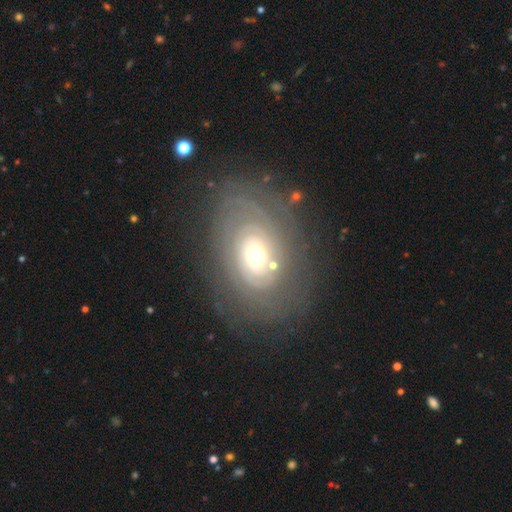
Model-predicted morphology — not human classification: featured or disk 77%, smooth 16%, star or artifact 7%. Down the decision tree: edge-on disk — no (95%); bar — no (80%); spiral arms — yes (80%); spiral arm count — can't tell (50%); spiral winding — tight (80%); bulge size — moderate (60%); merging — none (76%).